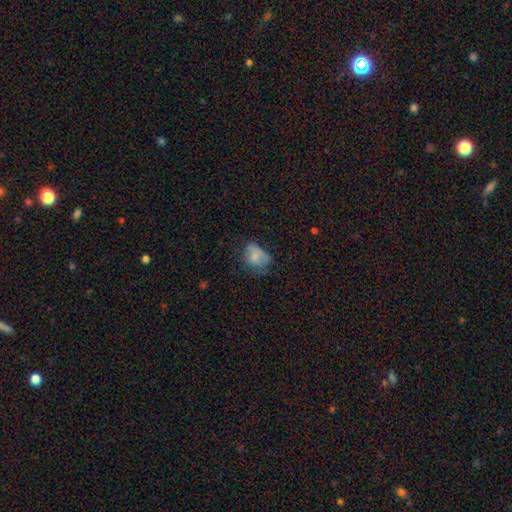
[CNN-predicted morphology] A smooth galaxy with no disk features (69%) that is in between round and cigar-shaped (70%).

Vote fractions:
- Smooth or featured? smooth: 69% / featured or disk: 21% / star or artifact: 10%
- How rounded? in between: 70% / round: 29% / cigar-shaped: 1%
- Merging? none: 37% / minor disturbance: 34% / major disturbance: 26% / merger: 3%